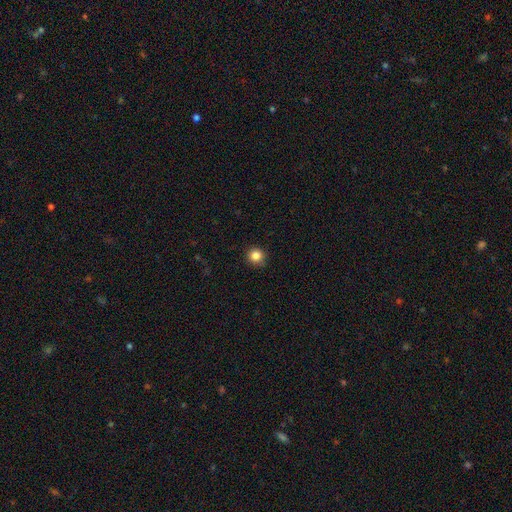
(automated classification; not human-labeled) A smooth galaxy with no disk features (85%) that is round (94%).

Vote fractions:
- Smooth or featured? smooth: 85% / star or artifact: 11% / featured or disk: 4%
- How rounded? round: 94% / in between: 5% / cigar-shaped: 1%
- Merging? none: 89% / minor disturbance: 8% / major disturbance: 2% / merger: 1%